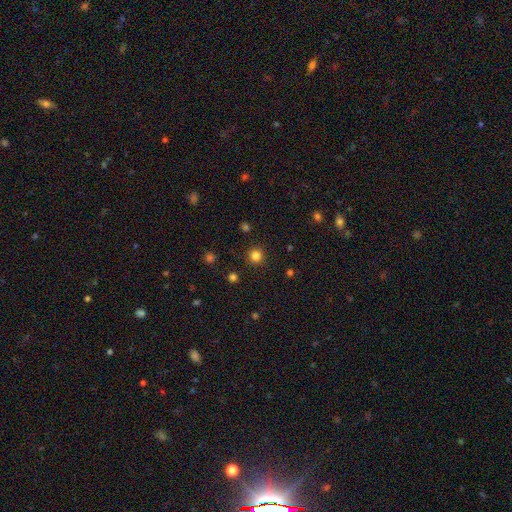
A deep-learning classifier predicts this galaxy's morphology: Smooth or featured?
  - smooth: 82% *
  - star or artifact: 14%
  - featured or disk: 4%
How rounded?
  - round: 95% *
  - in between: 4%
  - cigar-shaped: 1%
Merging?
  - none: 91% *
  - minor disturbance: 6%
  - major disturbance: 2%
  - merger: 1%